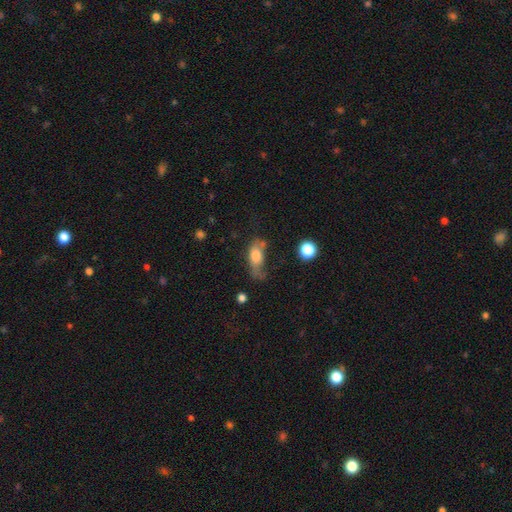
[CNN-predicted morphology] smooth 68%, featured or disk 23%, star or artifact 10%. Down the decision tree: how rounded — in between (79%); merging — major disturbance (35%).